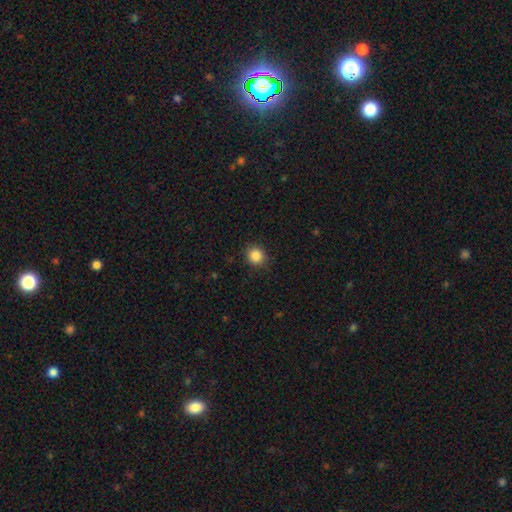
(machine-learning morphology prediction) Overall: smooth (86%). How rounded: round (87%). Merging: none (90%).